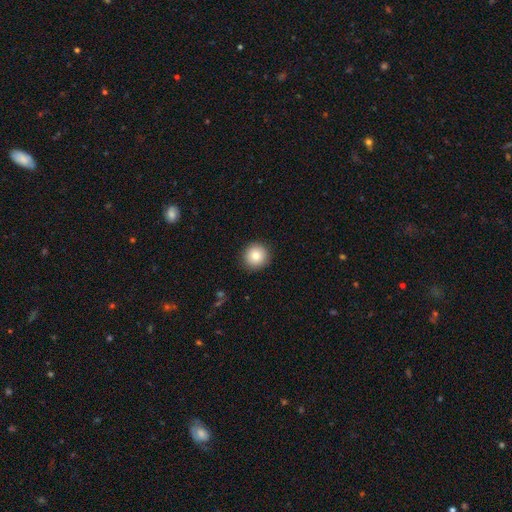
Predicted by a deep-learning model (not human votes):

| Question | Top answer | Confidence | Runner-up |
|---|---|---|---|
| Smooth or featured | smooth | 83% | star or artifact (9%) |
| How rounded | round | 95% | in between (4%) |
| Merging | none | 91% | minor disturbance (6%) |